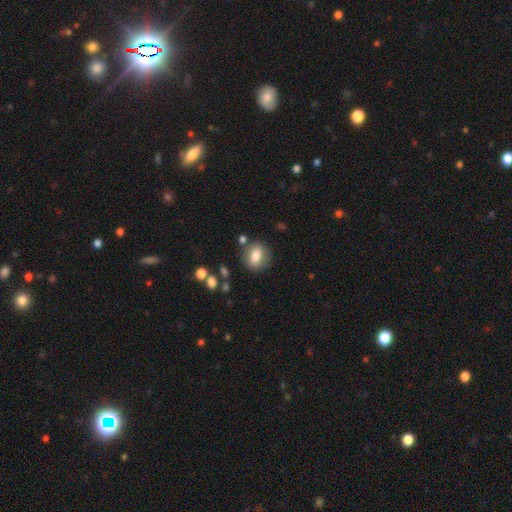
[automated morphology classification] The model was most divided on "how rounded": in between: 51%, round: 46%, cigar-shaped: 3%. More confident: merging — none (78%); smooth or featured — smooth (74%).